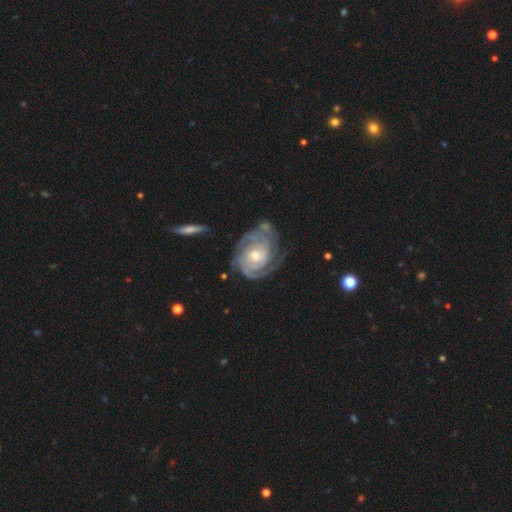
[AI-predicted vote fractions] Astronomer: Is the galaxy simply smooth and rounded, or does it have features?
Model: featured or disk — 90%.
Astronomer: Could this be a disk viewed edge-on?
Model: no — 97%.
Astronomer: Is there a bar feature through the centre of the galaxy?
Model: no — 72%.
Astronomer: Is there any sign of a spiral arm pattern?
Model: yes — 97%.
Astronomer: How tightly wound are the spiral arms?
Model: tight — 74%.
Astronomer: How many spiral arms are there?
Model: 2 — 28% (runner-up: can't tell, 25%).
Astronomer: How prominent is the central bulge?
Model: moderate — 55% (runner-up: small, 39%).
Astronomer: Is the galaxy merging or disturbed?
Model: none — 64%.